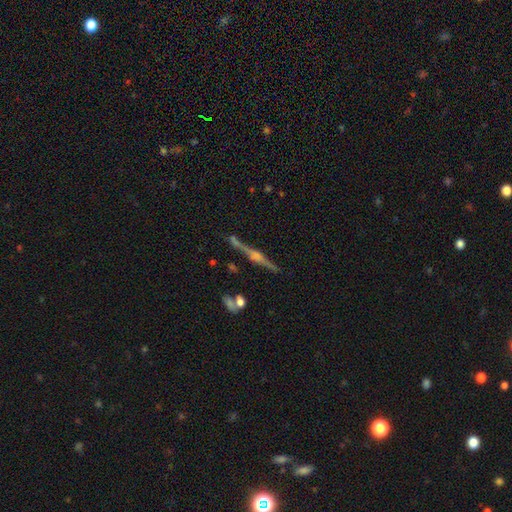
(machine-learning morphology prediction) smooth_or_featured: featured or disk (p=0.86) [alt: smooth p=0.07]
disk_edge_on: yes (p=0.98) [alt: no p=0.02]
edge_on_bulge: rounded (p=0.84) [alt: boxy p=0.11]
merging: none (p=0.86) [alt: minor disturbance p=0.09]